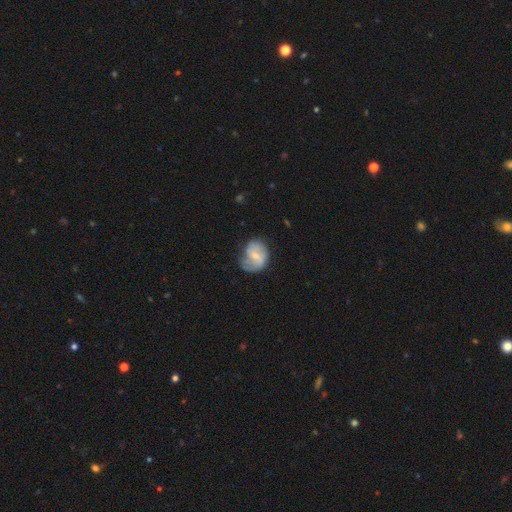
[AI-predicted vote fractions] Smooth or featured? featured or disk (47%)
Merging? none (46%)